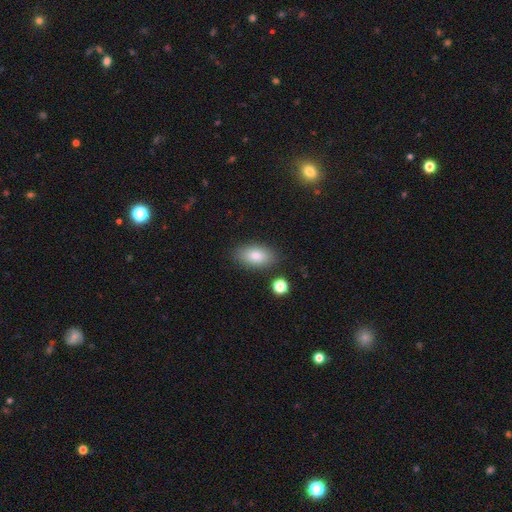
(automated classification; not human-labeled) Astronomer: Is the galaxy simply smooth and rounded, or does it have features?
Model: smooth — 82%.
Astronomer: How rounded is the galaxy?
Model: in between — 91%.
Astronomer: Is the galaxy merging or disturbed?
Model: none — 85%.